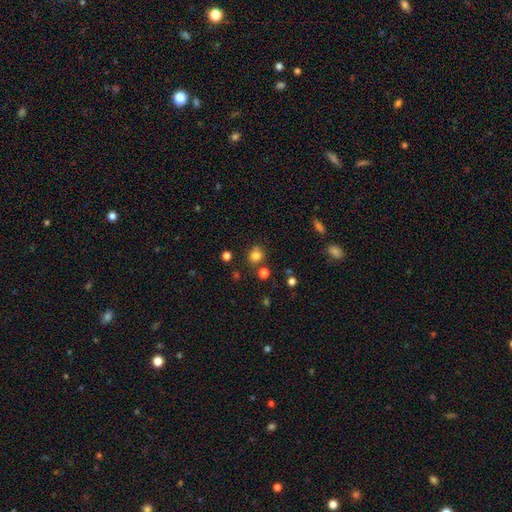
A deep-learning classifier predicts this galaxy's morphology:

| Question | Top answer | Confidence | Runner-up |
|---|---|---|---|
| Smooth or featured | smooth | 80% | star or artifact (14%) |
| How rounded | round | 86% | in between (13%) |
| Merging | none | 79% | minor disturbance (10%) |